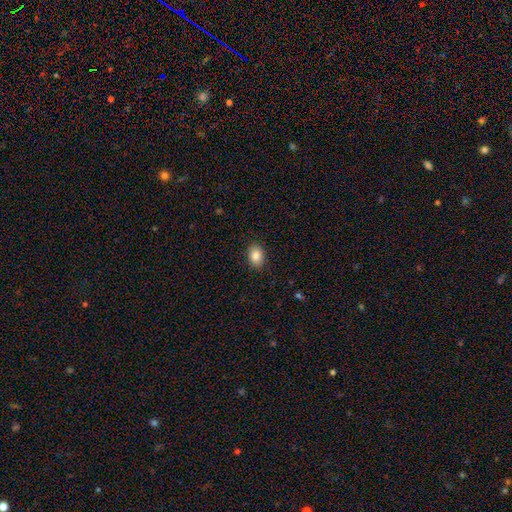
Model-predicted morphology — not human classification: Smooth or featured: smooth — 86% (star or artifact — 8%)
How rounded: in between — 75% (round — 24%)
Merging: none — 89% (minor disturbance — 8%)